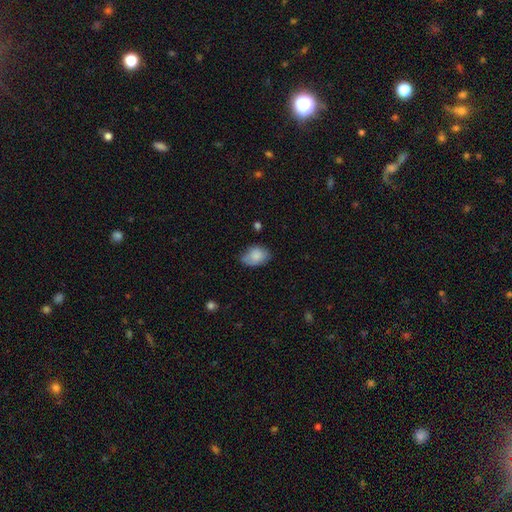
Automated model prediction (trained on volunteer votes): Smooth or featured: smooth — 82% (featured or disk — 11%)
How rounded: in between — 80% (round — 19%)
Merging: none — 56% (minor disturbance — 35%)